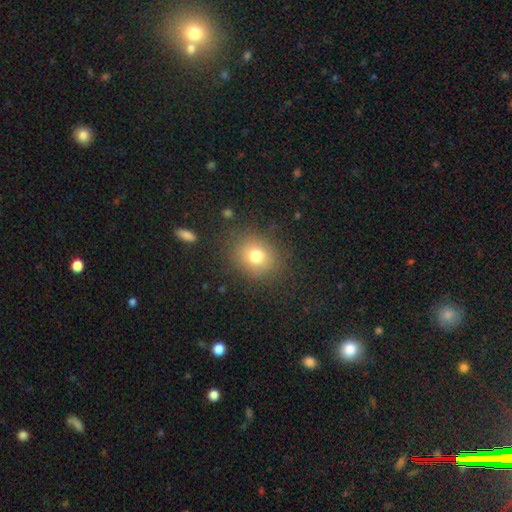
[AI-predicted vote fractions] smooth_or_featured: smooth (p=0.76) [alt: star or artifact p=0.13]
how_rounded: round (p=0.66) [alt: in between p=0.33]
merging: none (p=0.83) [alt: minor disturbance p=0.11]